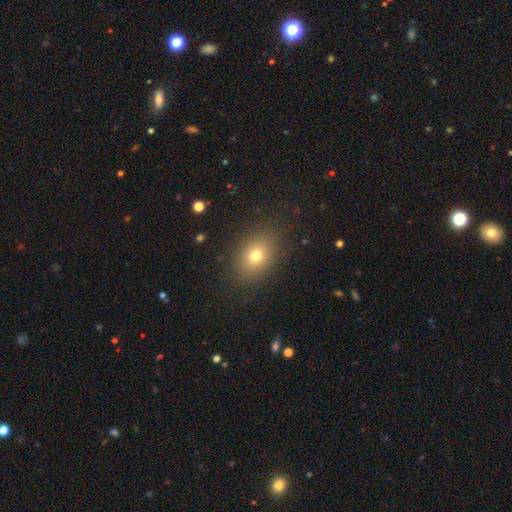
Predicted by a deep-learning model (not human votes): A smooth galaxy with no disk features (74%) that is in between round and cigar-shaped (66%). Merging: none (86%).